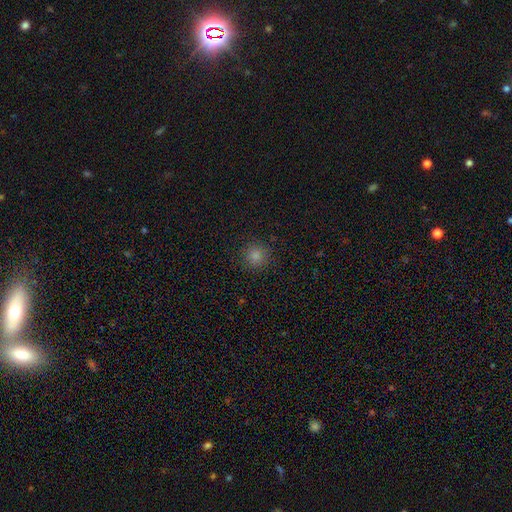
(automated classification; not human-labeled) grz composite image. It shows a smooth galaxy with no disk features (83%) that is round (93%). Merging: none (89%).